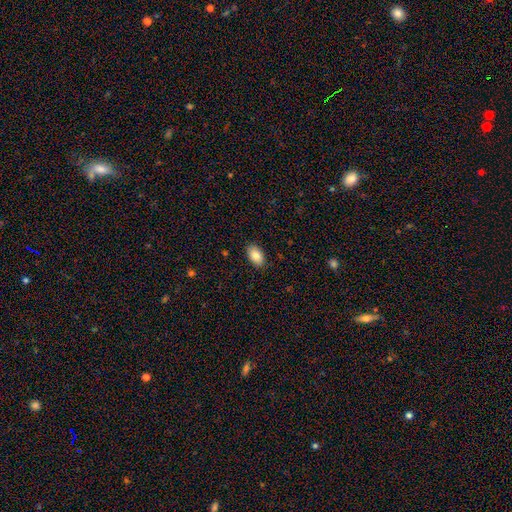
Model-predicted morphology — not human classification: type=smooth (85%); roundness=in between (92%); merging=none (89%).